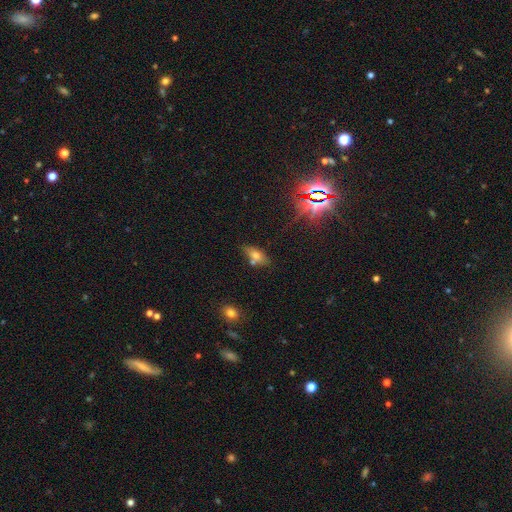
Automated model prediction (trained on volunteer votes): smooth_or_featured: smooth (p=0.63) [alt: featured or disk p=0.21]
how_rounded: in between (p=0.80) [alt: cigar-shaped p=0.14]
merging: none (p=0.63) [alt: minor disturbance p=0.17]